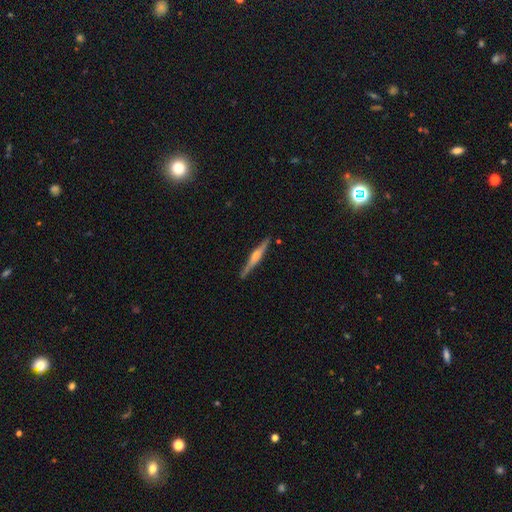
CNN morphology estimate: smooth-or-featured: featured or disk: 74% | smooth: 20% | star or artifact: 6%
  disk-edge-on: yes: 98% | no: 2%
    edge-on-bulge: rounded: 82% | boxy: 9% | none: 9%
  merging: none: 89% | minor disturbance: 8% | major disturbance: 1% | merger: 1%